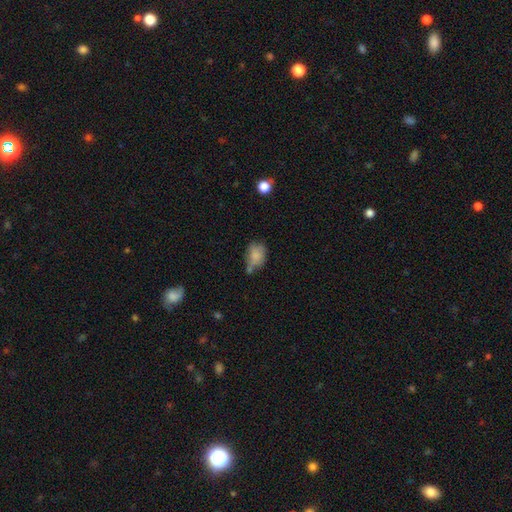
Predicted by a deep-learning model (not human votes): smooth_or_featured: smooth (p=0.74) [alt: featured or disk p=0.17]
how_rounded: in between (p=0.69) [alt: round p=0.29]
merging: none (p=0.41) [alt: minor disturbance p=0.30]